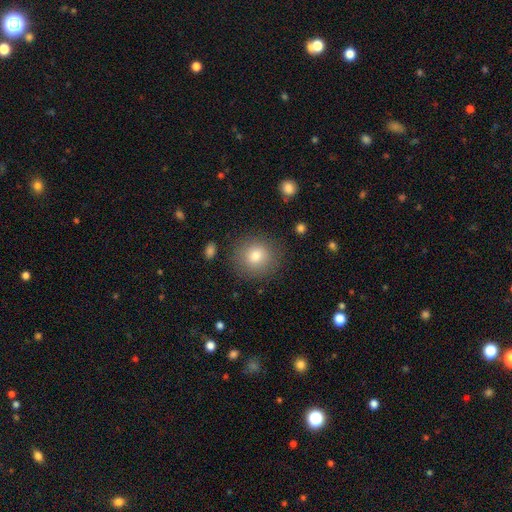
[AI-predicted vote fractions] Q: Smooth or featured?
A: smooth (80%); runner-up: star or artifact (10%)
Q: How rounded?
A: round (89%); runner-up: in between (10%)
Q: Merging?
A: none (87%); runner-up: minor disturbance (8%)